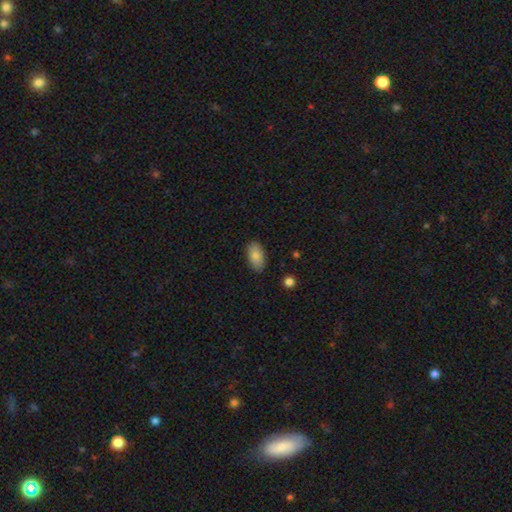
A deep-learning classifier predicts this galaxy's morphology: The model was most divided on "merging": none: 86%, minor disturbance: 10%, major disturbance: 2%, merger: 1%. More confident: how rounded — in between (93%); smooth or featured — smooth (86%).